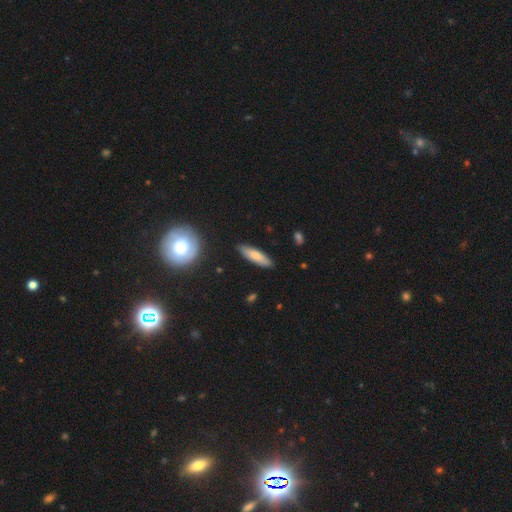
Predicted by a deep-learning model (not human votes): The model was most divided on "how rounded": cigar-shaped: 63%, in between: 35%, round: 2%. More confident: merging — none (87%); smooth or featured — smooth (75%).